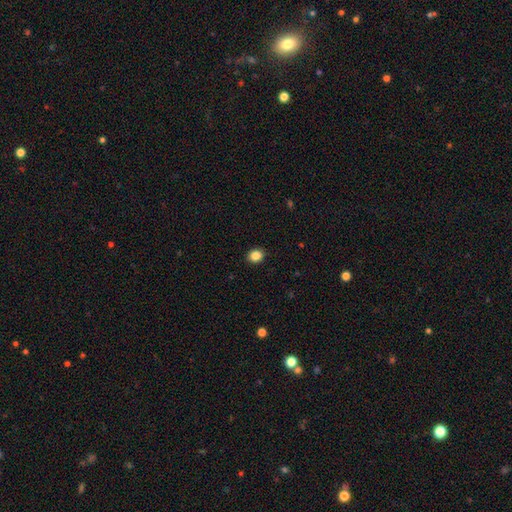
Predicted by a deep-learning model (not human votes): This is clearly a smooth galaxy (86%). How rounded: likely round (65%). Merging: clearly none (91%).